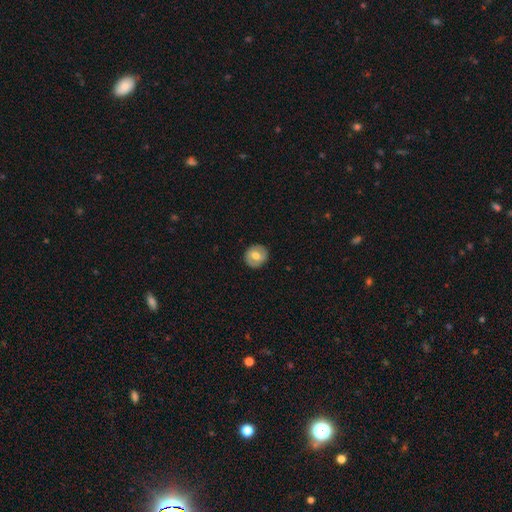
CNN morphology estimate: A smooth galaxy with no disk features (59%) that is round (85%). Merging: none (88%).